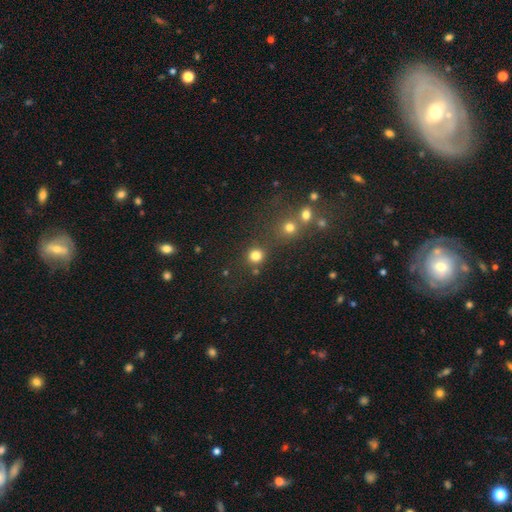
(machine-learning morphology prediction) type=smooth (80%); roundness=round (92%); merging=none (79%).